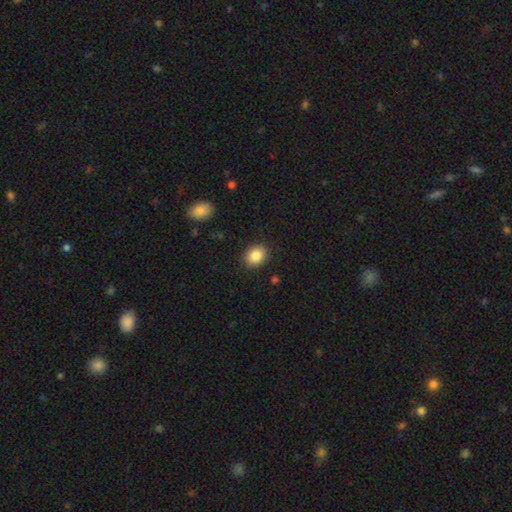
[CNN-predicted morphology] Smooth or featured? smooth (87%)
How rounded? round (53%)
Merging? none (87%)